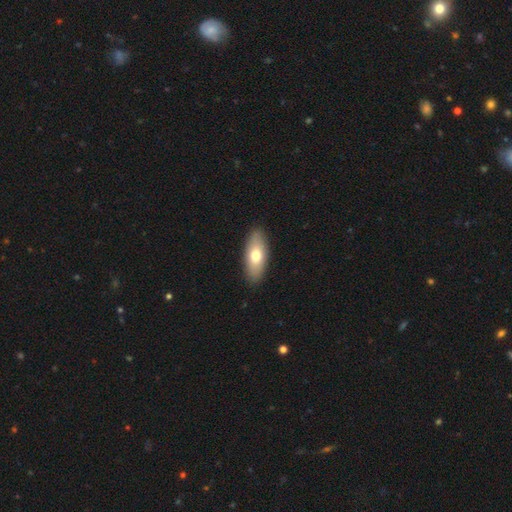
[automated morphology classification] Smooth or featured? Predicted: smooth (p=0.69). How rounded? Predicted: in between (p=0.80). Merging? Predicted: none (p=0.89).